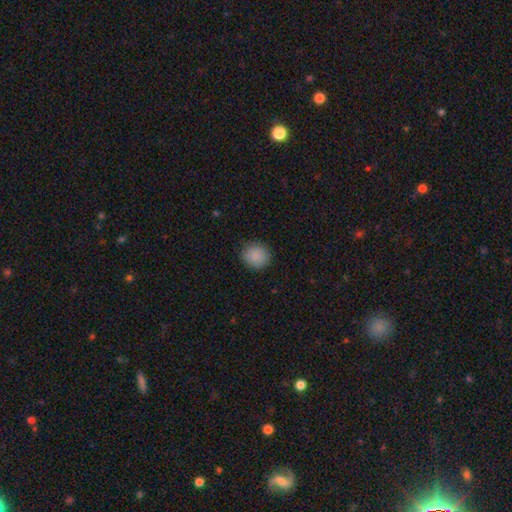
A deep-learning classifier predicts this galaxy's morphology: Q: Smooth or featured?
A: smooth (89%); runner-up: star or artifact (8%)
Q: How rounded?
A: round (87%); runner-up: in between (12%)
Q: Merging?
A: none (88%); runner-up: minor disturbance (9%)